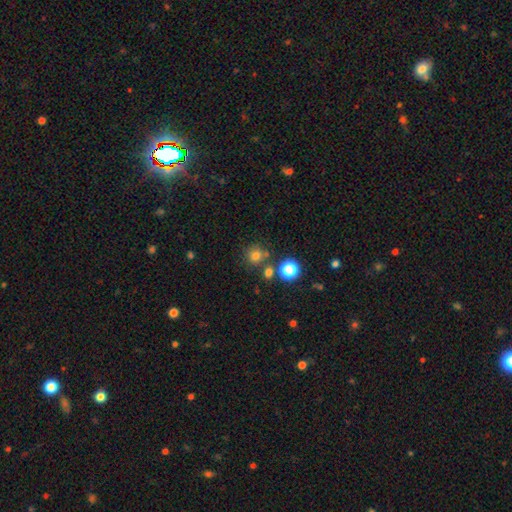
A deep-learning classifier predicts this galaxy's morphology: A smooth galaxy with no disk features (73%) that is round (91%). Merging: none (76%).